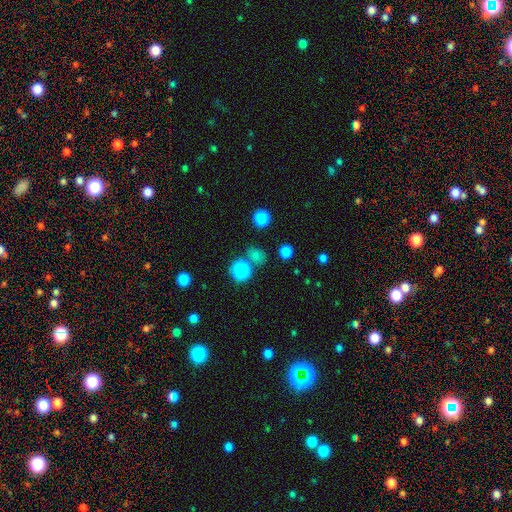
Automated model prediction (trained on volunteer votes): This appears to be a smooth galaxy with no disk features (69%) that is round (75%). Merging: none (74%).